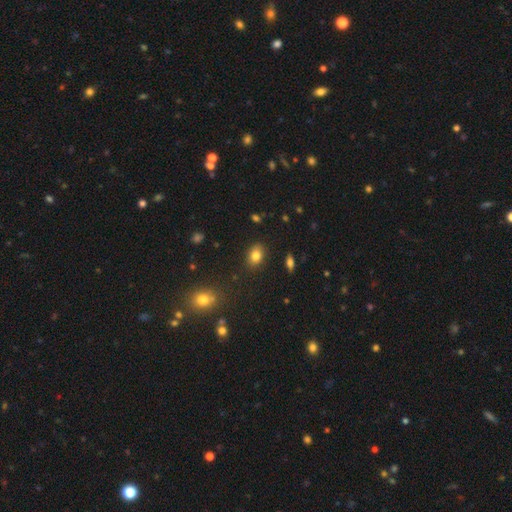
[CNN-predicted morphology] A smooth galaxy with no disk features (82%) that is in between round and cigar-shaped (70%).

Vote fractions:
- Smooth or featured? smooth: 82% / star or artifact: 11% / featured or disk: 8%
- How rounded? in between: 70% / round: 29% / cigar-shaped: 1%
- Merging? none: 85% / minor disturbance: 10% / major disturbance: 3% / merger: 2%